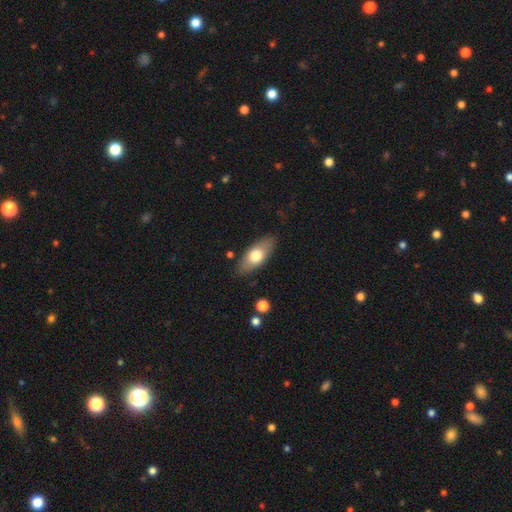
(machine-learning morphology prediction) Smooth or featured? smooth (66%)
How rounded? in between (80%)
Merging? none (85%)